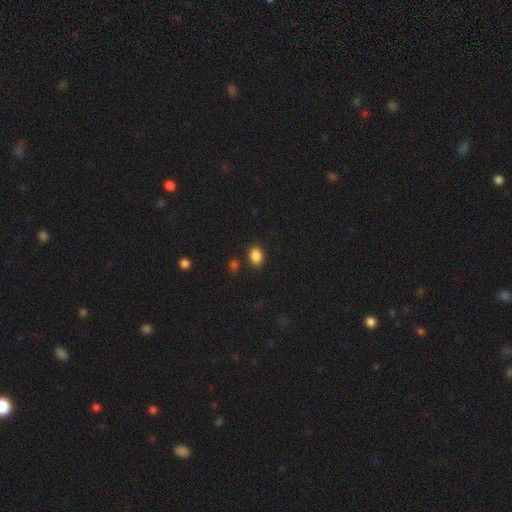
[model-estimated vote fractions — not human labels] Smooth or featured? smooth (87%)
How rounded? in between (73%)
Merging? none (84%)